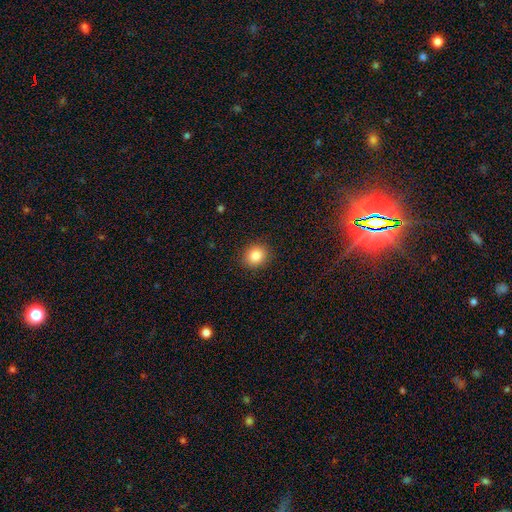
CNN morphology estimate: The model was most divided on "how rounded": round: 75%, in between: 24%, cigar-shaped: 1%. More confident: merging — none (89%); smooth or featured — smooth (86%).